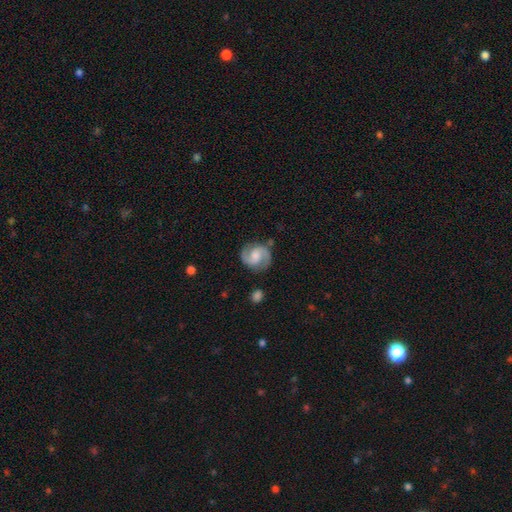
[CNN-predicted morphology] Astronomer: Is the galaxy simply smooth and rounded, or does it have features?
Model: featured or disk — 84%.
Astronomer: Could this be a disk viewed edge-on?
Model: no — 98%.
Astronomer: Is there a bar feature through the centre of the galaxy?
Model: weak — 48% (runner-up: no, 40%).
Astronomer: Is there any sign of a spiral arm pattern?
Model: yes — 97%.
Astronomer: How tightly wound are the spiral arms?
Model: medium — 56%.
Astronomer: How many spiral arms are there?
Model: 2 — 93%.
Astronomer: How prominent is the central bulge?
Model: moderate — 47% (runner-up: small, 25%).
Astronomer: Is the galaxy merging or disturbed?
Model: none — 80%.